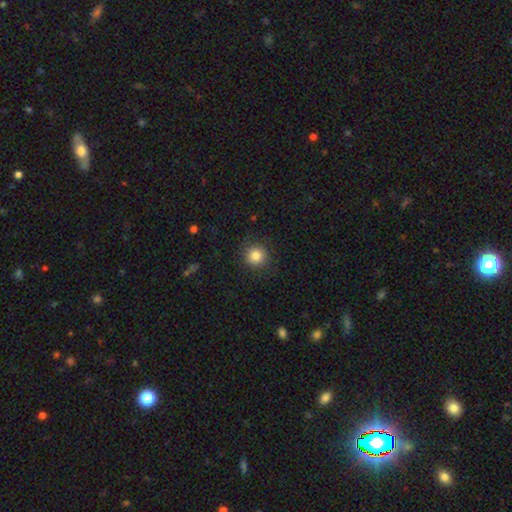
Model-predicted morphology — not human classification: Overall: smooth (84%). How rounded: round (93%). Merging: none (87%).